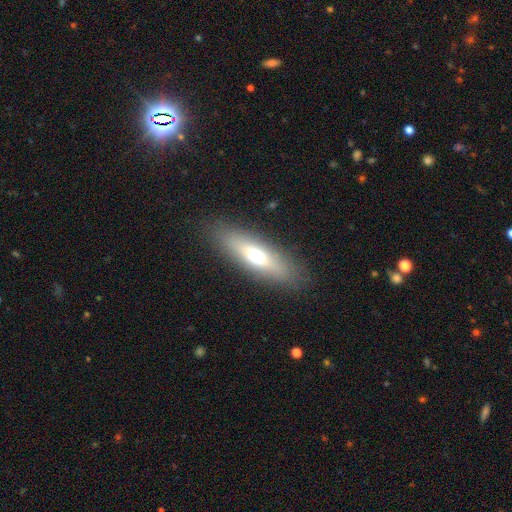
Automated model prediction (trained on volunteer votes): Smooth or featured? smooth (62%)
How rounded? cigar-shaped (49%, tied with in between)
Merging? none (86%)